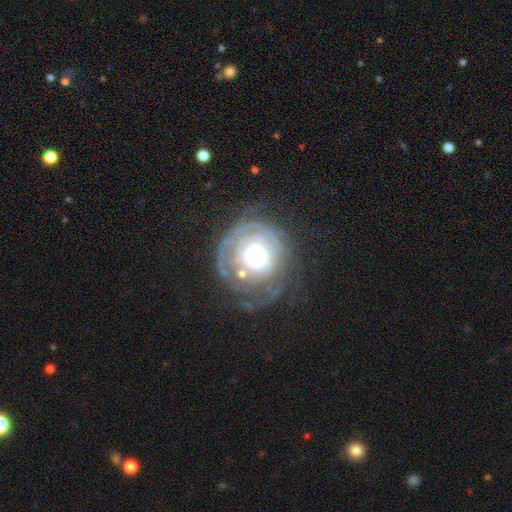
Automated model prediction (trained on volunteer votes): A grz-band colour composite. It shows a featured or disk galaxy (69%) with no bar (82%), spiral arms (65%) and a moderate central bulge (45%). Merging: none (54%).